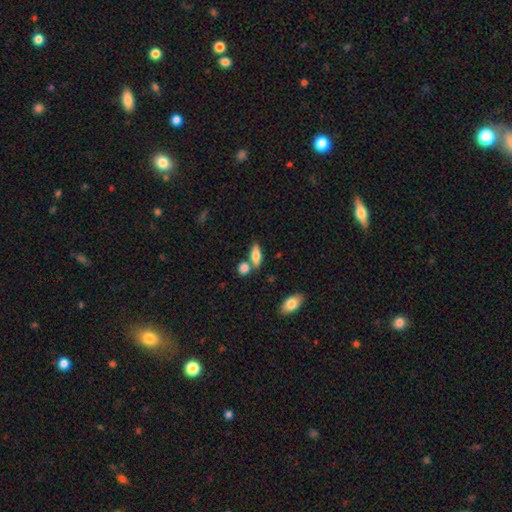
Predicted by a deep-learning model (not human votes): This is likely a smooth galaxy (73%). How rounded: likely in between (66%). Merging: likely none (62%).